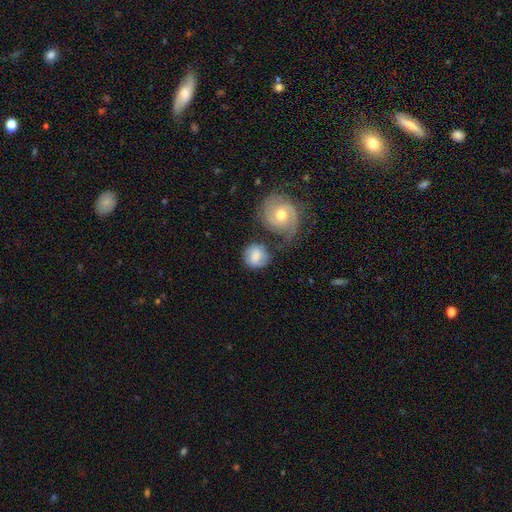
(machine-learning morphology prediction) Smooth or featured: smooth — 63% (featured or disk — 30%)
How rounded: round — 79% (in between — 20%)
Merging: none — 52% (minor disturbance — 21%)